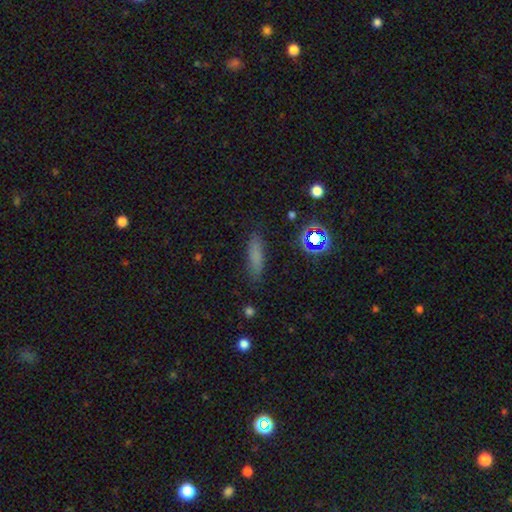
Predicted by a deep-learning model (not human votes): Smooth or featured: smooth — 74% (star or artifact — 16%)
How rounded: cigar-shaped — 61% (in between — 35%)
Merging: none — 83% (minor disturbance — 12%)